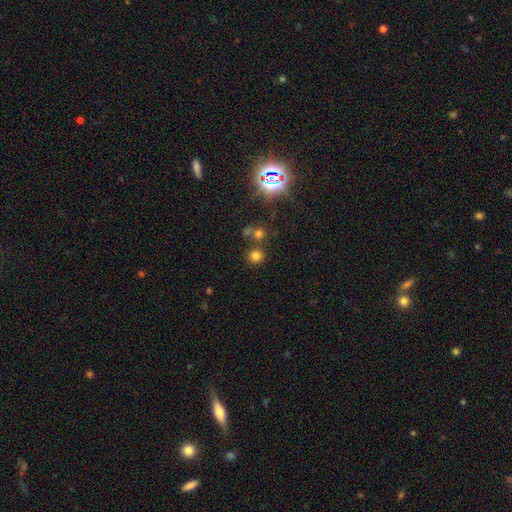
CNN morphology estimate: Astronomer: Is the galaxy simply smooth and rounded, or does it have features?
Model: smooth — 72%.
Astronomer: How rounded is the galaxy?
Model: round — 92%.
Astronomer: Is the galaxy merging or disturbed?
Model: none — 76%.